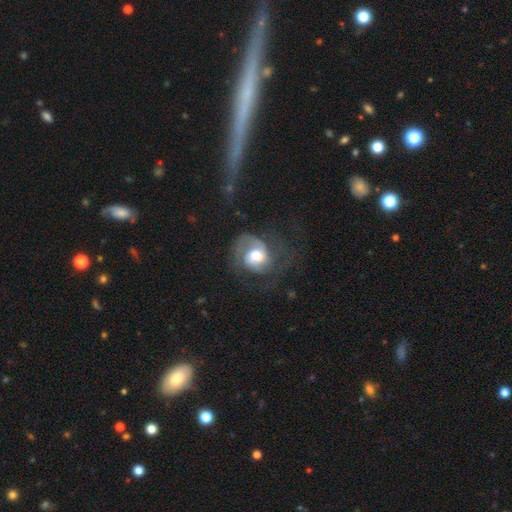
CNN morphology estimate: Smooth or featured? Predicted: featured or disk (p=0.74). Edge-on disk? Predicted: no (p=0.98). Bar? Predicted: no (p=0.49). Spiral arms? Predicted: yes (p=0.91). Spiral winding? Predicted: medium (p=0.46). Spiral arm count? Predicted: 2 (p=0.49). Bulge size? Predicted: moderate (p=0.53). Merging? Predicted: none (p=0.50).